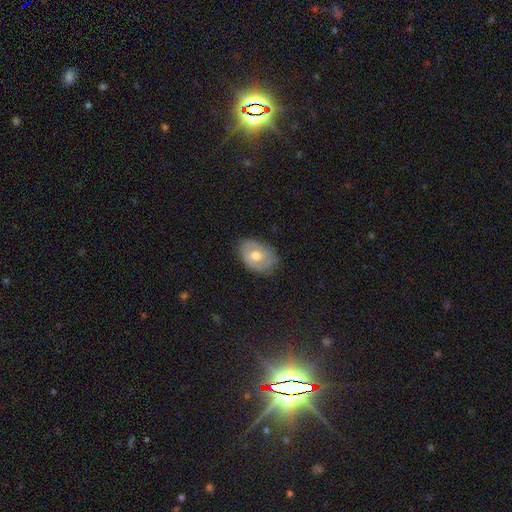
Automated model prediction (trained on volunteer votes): This is possibly a smooth galaxy (50%). How rounded: likely in between (76%). Merging: likely none (73%).